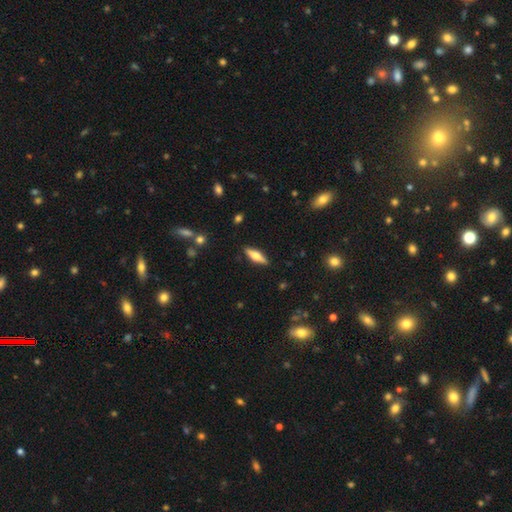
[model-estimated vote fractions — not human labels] This appears to be a featured or disk galaxy (47%, tied with smooth). Merging: none (89%).